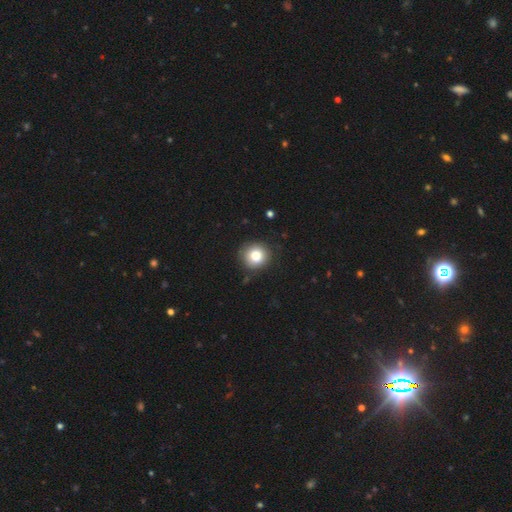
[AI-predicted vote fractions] A smooth galaxy with no disk features (81%) that is round (91%). Merging: none (87%).